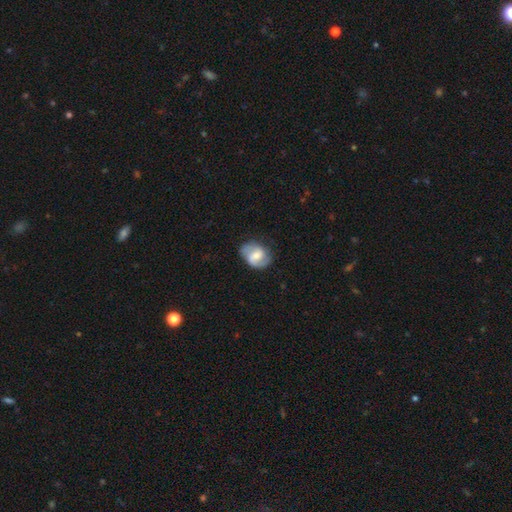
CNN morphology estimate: A featured or disk galaxy (74%) with a weak bar (53%), 2 (88%) medium (51%) spiral arms (93%) and a moderate central bulge (51%).

Vote fractions:
- Smooth or featured? featured or disk: 74% / smooth: 20% / star or artifact: 6%
- Edge-on disk? no: 98% / yes: 2%
- Bar? weak: 53% / no: 28% / strong: 19%
- Spiral arms? yes: 93% / no: 7%
- Spiral winding? medium: 51% / tight: 26% / loose: 23%
- Spiral arm count? 2: 88% / can't tell: 6% / 1: 3% / 3: 1% / 4: 1% / more than 4: 1%
- Bulge size? moderate: 51% / small: 36% / large: 7% / none: 5% / dominant: 1%
- Merging? none: 76% / minor disturbance: 17% / major disturbance: 6% / merger: 1%